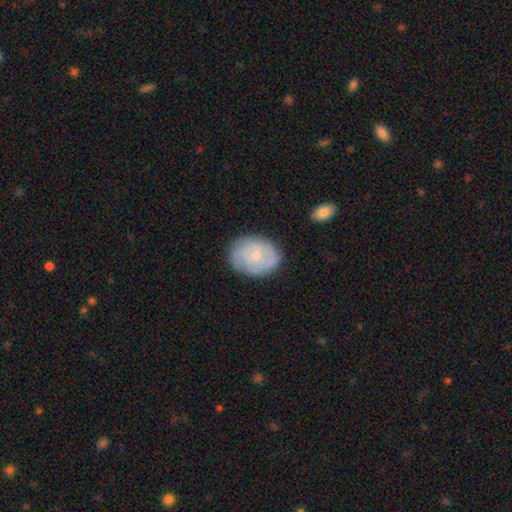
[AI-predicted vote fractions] Overall: featured or disk (50%; smooth 43%). Edge-on disk: no (97%). Merging: none (76%).